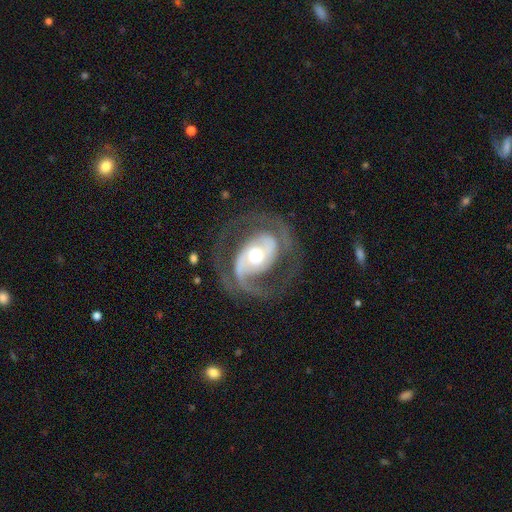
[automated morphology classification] smooth_or_featured: featured or disk (p=0.90) [alt: smooth p=0.06]
disk_edge_on: no (p=0.97) [alt: yes p=0.03]
bar: no (p=0.40) [alt: weak p=0.31]
has_spiral_arms: yes (p=0.94) [alt: no p=0.06]
spiral_winding: medium (p=0.52) [alt: tight p=0.32]
spiral_arm_count: 2 (p=0.89) [alt: can't tell p=0.03]
bulge_size: moderate (p=0.70) [alt: large p=0.17]
merging: none (p=0.75) [alt: minor disturbance p=0.13]